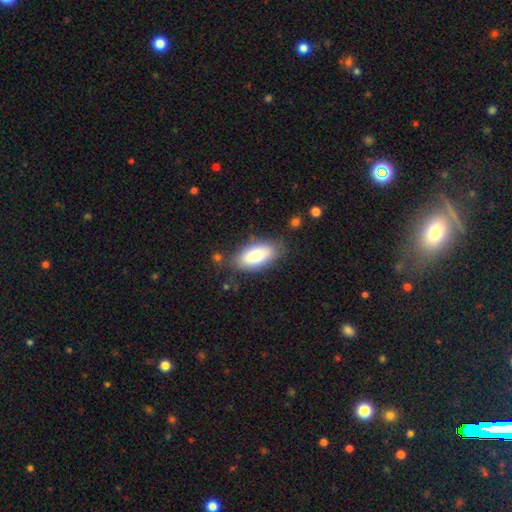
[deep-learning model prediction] This appears to be a smooth galaxy with no disk features (81%) that is in between round and cigar-shaped (90%). Merging: none (77%).